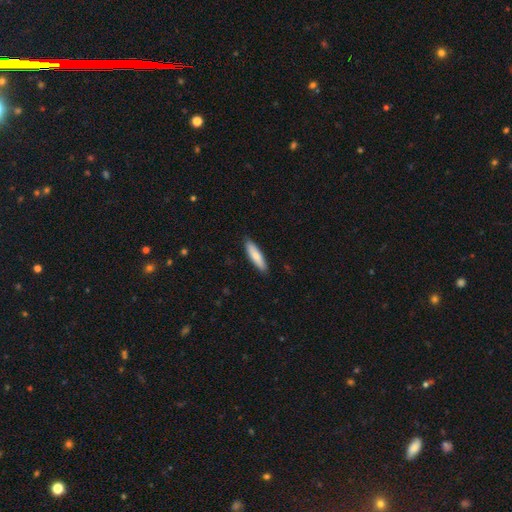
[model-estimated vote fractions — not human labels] Q: Smooth or featured?
A: smooth (81%); runner-up: featured or disk (14%)
Q: How rounded?
A: cigar-shaped (68%); runner-up: in between (30%)
Q: Merging?
A: none (89%); runner-up: minor disturbance (9%)